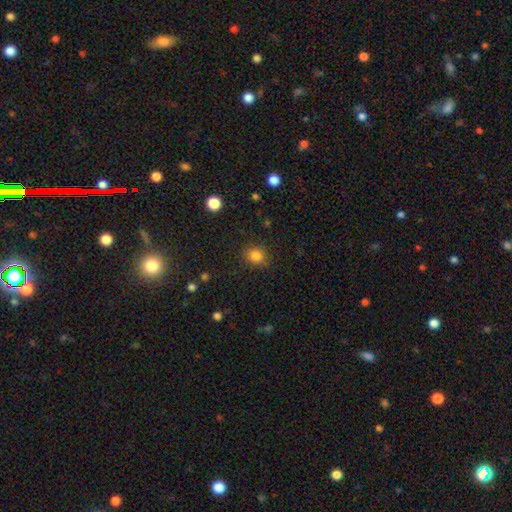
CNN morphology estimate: The model was most divided on "how rounded": round: 82%, in between: 17%, cigar-shaped: 1%. More confident: merging — none (84%); smooth or featured — smooth (84%).